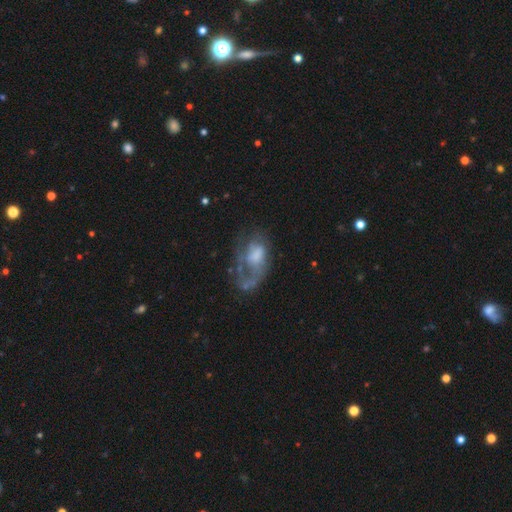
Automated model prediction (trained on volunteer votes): Smooth or featured? featured or disk (59%)
Edge-on disk? no (96%)
Bar? no (71%)
Spiral arms? yes (57%)
Bulge size? moderate (32%)
Merging? major disturbance (43%)